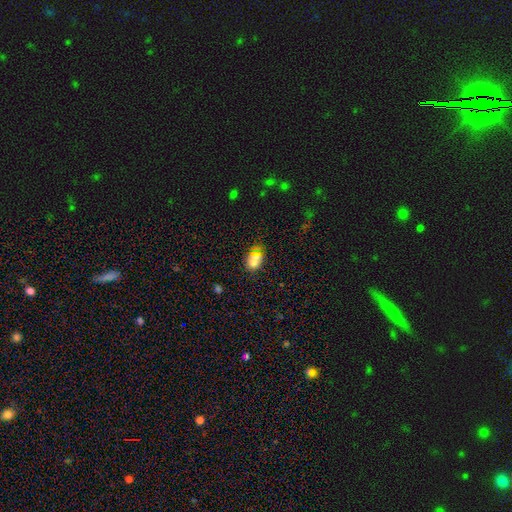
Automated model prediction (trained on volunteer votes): The model was most divided on "how rounded" (2-way tie): in between: 49%, round: 49%, cigar-shaped: 2%. Remaining: smooth or featured — smooth (61%); merging — none (43%).